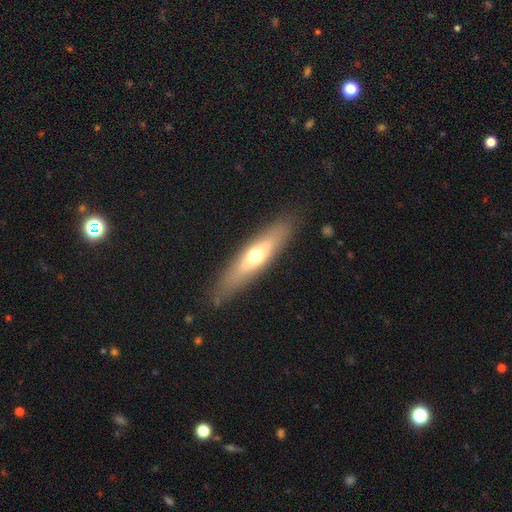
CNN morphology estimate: type=smooth (50%); roundness=cigar-shaped (69%); merging=none (85%).